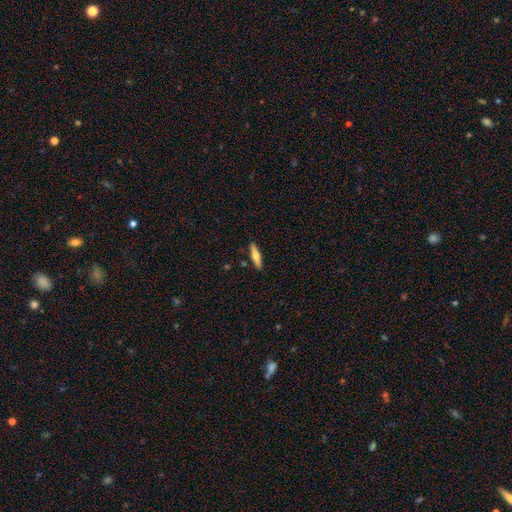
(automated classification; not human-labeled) Q: Smooth or featured?
A: smooth (57%); runner-up: featured or disk (37%)
Q: How rounded?
A: cigar-shaped (79%); runner-up: in between (19%)
Q: Merging?
A: none (89%); runner-up: minor disturbance (8%)